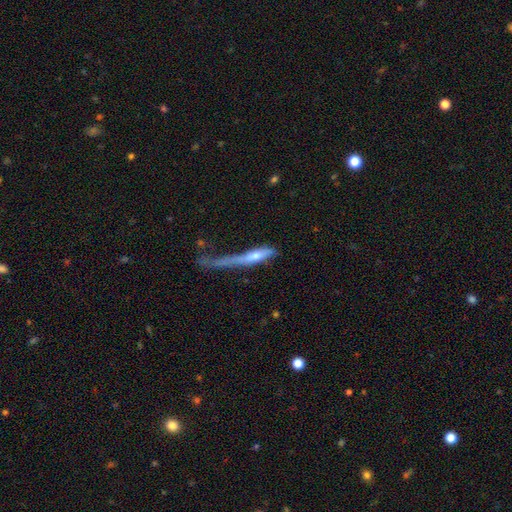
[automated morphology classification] featured or disk 49%, smooth 41%, star or artifact 10%. Down the decision tree: merging — major disturbance (43%).